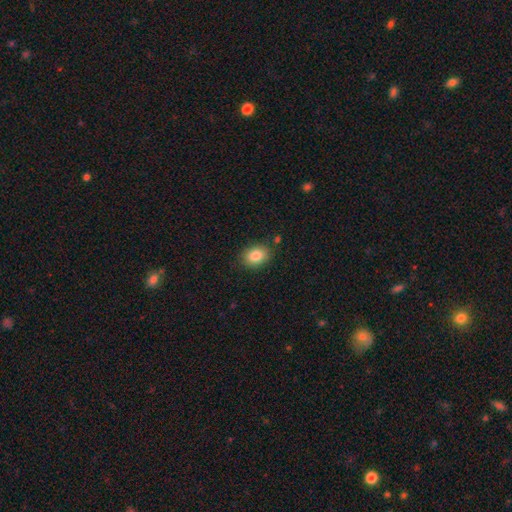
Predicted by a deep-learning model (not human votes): This is clearly a smooth galaxy (85%). How rounded: likely in between (67%). Merging: clearly none (85%).